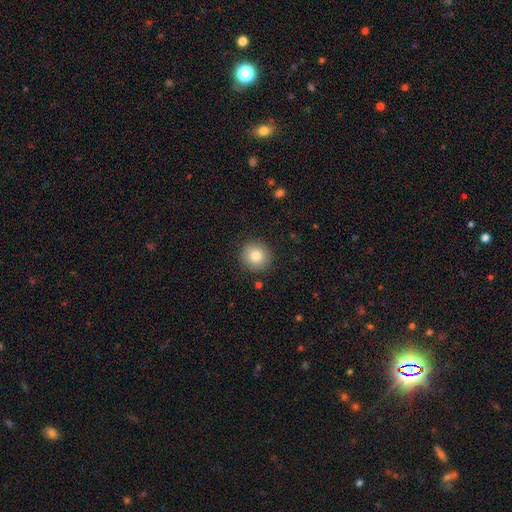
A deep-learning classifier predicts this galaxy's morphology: A smooth galaxy with no disk features (81%) that is round (93%). Merging: none (90%).